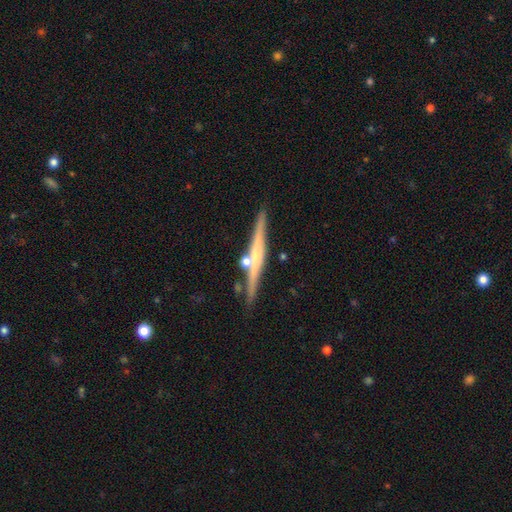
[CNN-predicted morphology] Smooth or featured: featured or disk — 75% (smooth — 18%)
Edge-on disk: yes — 97% (no — 3%)
Edge-on bulge: rounded — 61% (none — 30%)
Merging: none — 84% (minor disturbance — 9%)